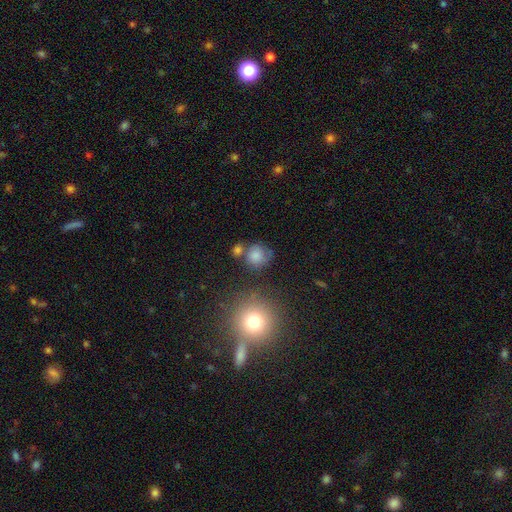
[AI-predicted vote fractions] A smooth galaxy with no disk features (74%) that is round (85%).

Vote fractions:
- Smooth or featured? smooth: 74% / featured or disk: 13% / star or artifact: 13%
- How rounded? round: 85% / in between: 14% / cigar-shaped: 1%
- Merging? none: 57% / minor disturbance: 18% / merger: 17% / major disturbance: 8%